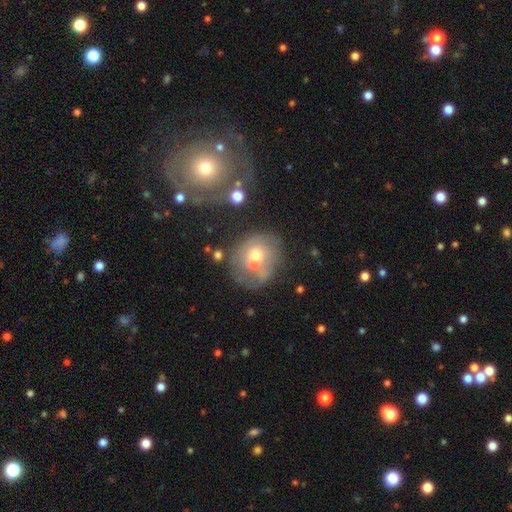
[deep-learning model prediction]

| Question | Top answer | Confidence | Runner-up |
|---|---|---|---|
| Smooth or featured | smooth | 48% | featured or disk (42%) |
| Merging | merger | 43% | none (33%) |